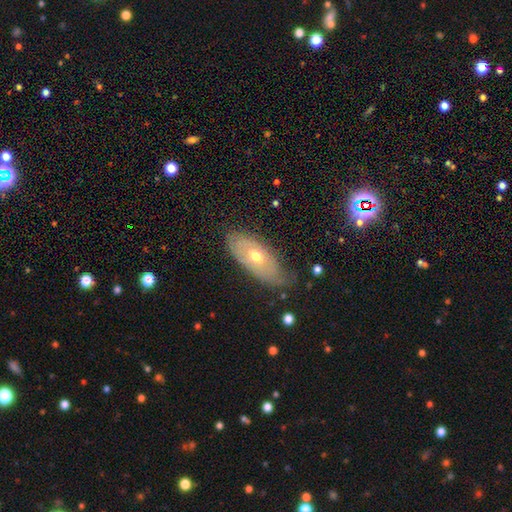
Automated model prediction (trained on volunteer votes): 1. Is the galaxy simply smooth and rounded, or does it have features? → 51% featured or disk, 39% smooth, 10% star or artifact.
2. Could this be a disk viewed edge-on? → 78% no, 22% yes.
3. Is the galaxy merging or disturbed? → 68% none, 25% minor disturbance, 6% major disturbance, 2% merger.